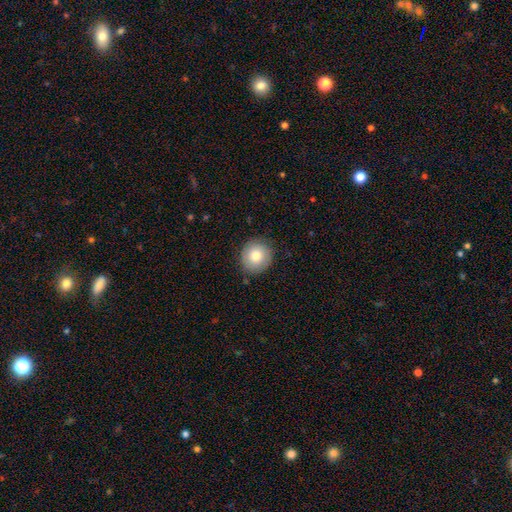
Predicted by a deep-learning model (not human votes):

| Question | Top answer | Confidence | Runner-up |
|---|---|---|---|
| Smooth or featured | smooth | 78% | featured or disk (14%) |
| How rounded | round | 91% | in between (8%) |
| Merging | none | 86% | minor disturbance (10%) |